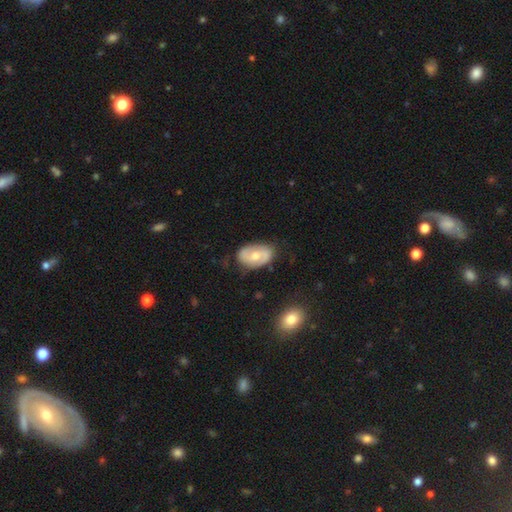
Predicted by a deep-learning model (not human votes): smooth_or_featured: featured or disk (p=0.63) [alt: smooth p=0.31]
disk_edge_on: no (p=0.96) [alt: yes p=0.04]
bar: no (p=0.48) [alt: weak p=0.42]
has_spiral_arms: yes (p=0.82) [alt: no p=0.18]
bulge_size: moderate (p=0.68) [alt: small p=0.24]
merging: none (p=0.76) [alt: minor disturbance p=0.18]